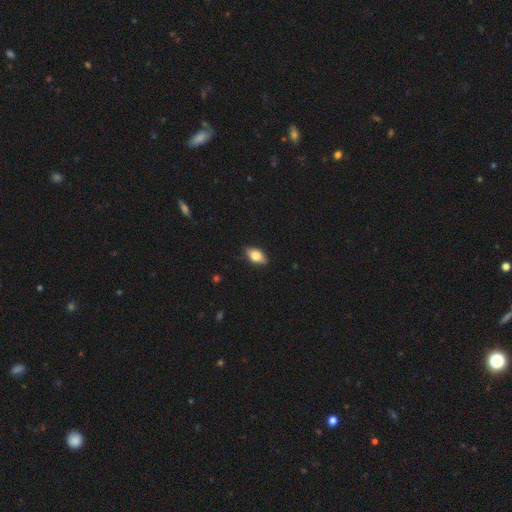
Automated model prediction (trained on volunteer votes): smooth_or_featured: smooth (p=0.78) [alt: featured or disk p=0.15]
how_rounded: in between (p=0.88) [alt: round p=0.08]
merging: none (p=0.86) [alt: minor disturbance p=0.11]